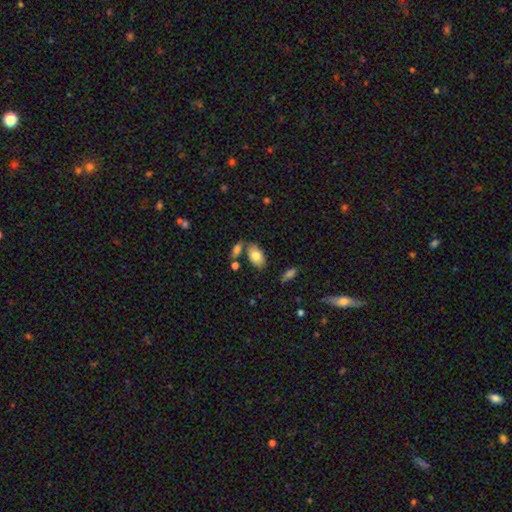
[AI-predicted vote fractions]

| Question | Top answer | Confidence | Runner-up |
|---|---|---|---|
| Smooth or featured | smooth | 80% | featured or disk (13%) |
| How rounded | in between | 93% | round (5%) |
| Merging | none | 69% | minor disturbance (13%) |